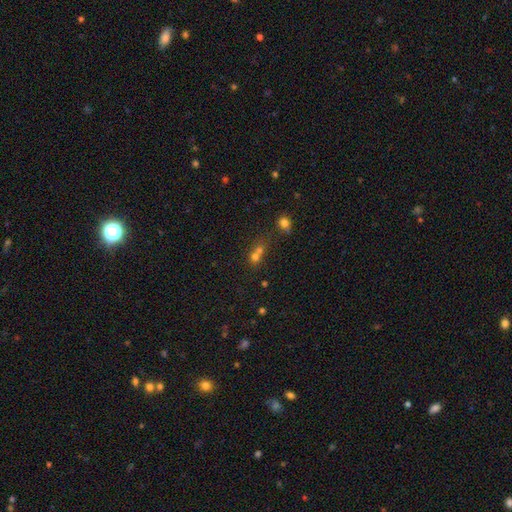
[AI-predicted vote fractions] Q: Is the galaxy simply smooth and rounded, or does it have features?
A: smooth — 60%.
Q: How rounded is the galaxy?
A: round — 77%.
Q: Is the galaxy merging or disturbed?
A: merger — 54%.